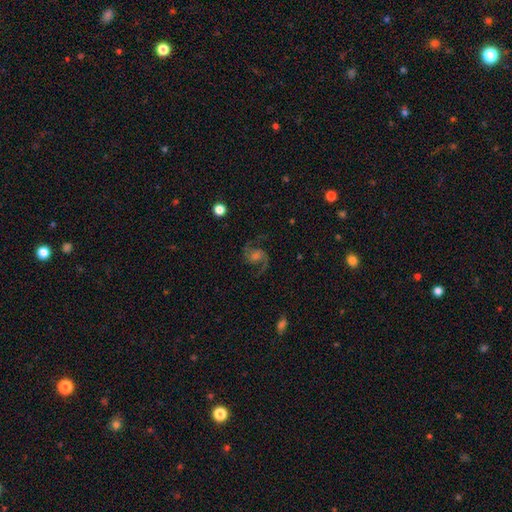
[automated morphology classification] smooth-or-featured: featured or disk: 87% | star or artifact: 8% | smooth: 5%
  disk-edge-on: no: 98% | yes: 2%
    bar: no: 57% | weak: 35% | strong: 8%
    has-spiral-arms: yes: 98% | no: 2%
      spiral-winding: medium: 59% | loose: 29% | tight: 12%
      spiral-arm-count: 2: 93% | can't tell: 2% | 3: 1% | 1: 1% | 4: 1% | more than 4: 1%
    bulge-size: moderate: 40% | small: 37% | none: 13% | large: 9% | dominant: 2%
  merging: none: 79% | minor disturbance: 12% | major disturbance: 7% | merger: 1%